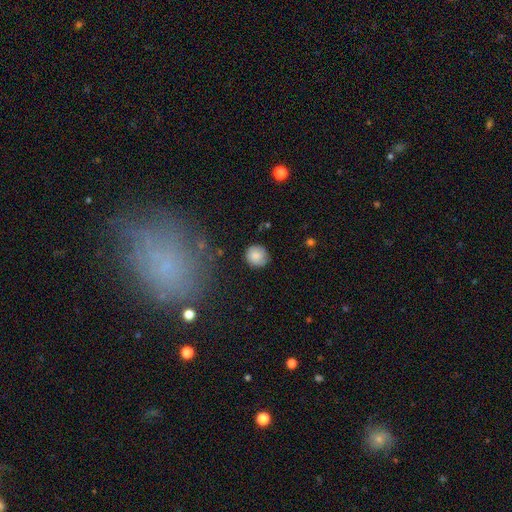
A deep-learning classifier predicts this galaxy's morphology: A smooth galaxy with no disk features (80%) that is round (88%).

Vote fractions:
- Smooth or featured? smooth: 80% / featured or disk: 12% / star or artifact: 8%
- How rounded? round: 88% / in between: 11% / cigar-shaped: 1%
- Merging? none: 81% / minor disturbance: 14% / major disturbance: 4% / merger: 2%